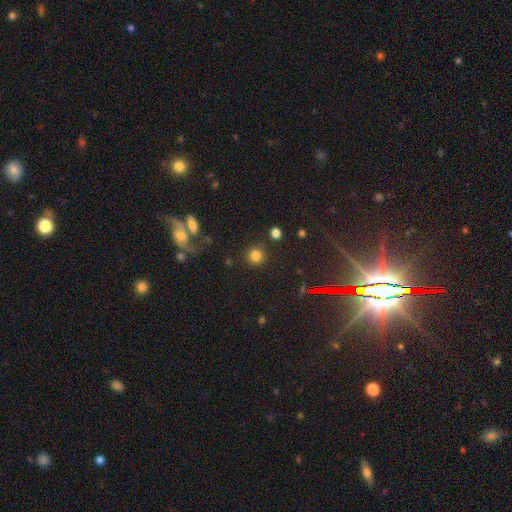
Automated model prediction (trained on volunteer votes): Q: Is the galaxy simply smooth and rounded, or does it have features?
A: smooth — 79%.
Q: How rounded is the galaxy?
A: round — 92%.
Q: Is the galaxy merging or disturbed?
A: none — 85%.